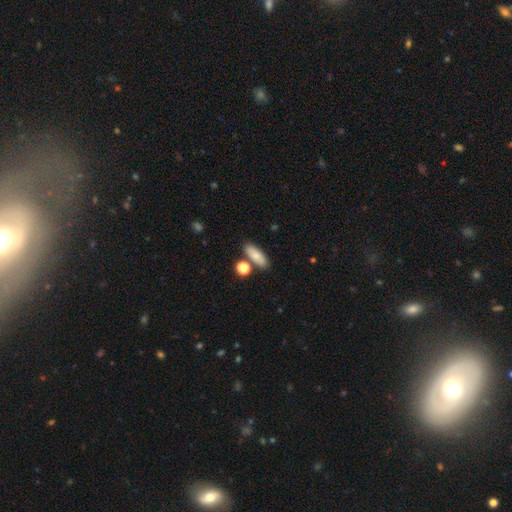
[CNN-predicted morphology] Smooth or featured? Predicted: smooth (p=0.80). How rounded? Predicted: in between (p=0.69). Merging? Predicted: none (p=0.74).